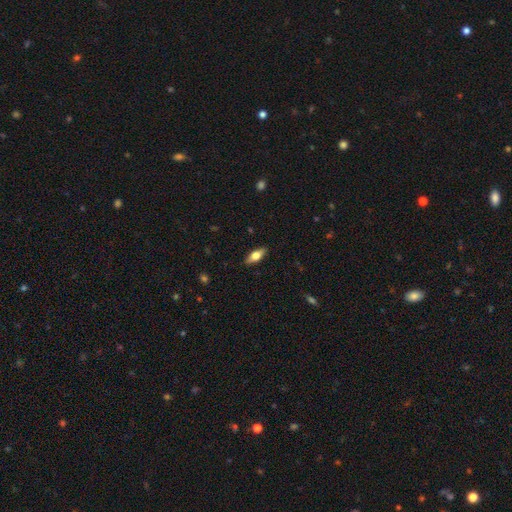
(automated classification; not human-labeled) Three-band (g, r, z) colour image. It shows a smooth galaxy with no disk features (64%) that is in between round and cigar-shaped (74%). Merging: none (88%).